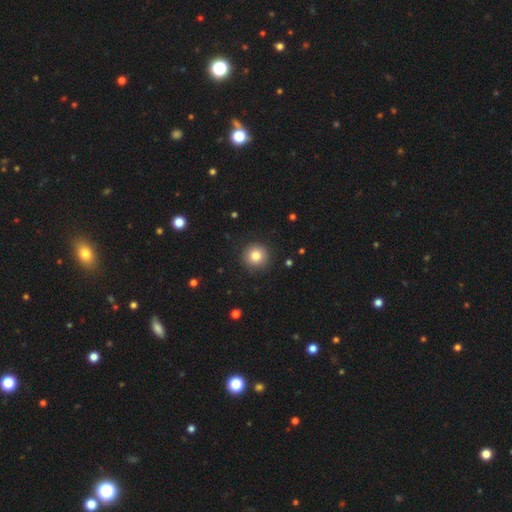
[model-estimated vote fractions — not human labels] This is clearly a smooth galaxy (83%). How rounded: clearly round (94%). Merging: clearly none (90%).